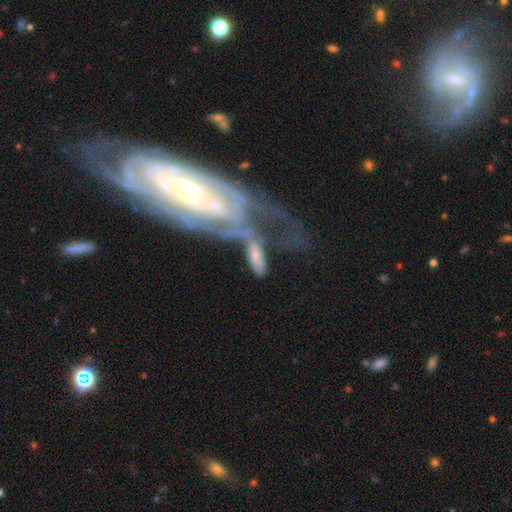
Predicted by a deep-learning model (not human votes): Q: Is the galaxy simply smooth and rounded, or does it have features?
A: featured or disk — 47%.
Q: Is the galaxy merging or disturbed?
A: merger — 46%.